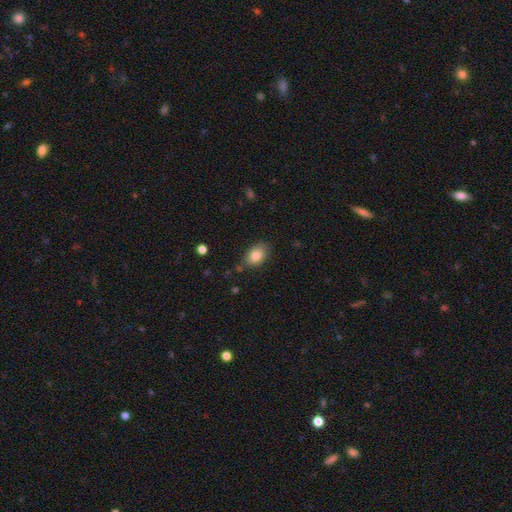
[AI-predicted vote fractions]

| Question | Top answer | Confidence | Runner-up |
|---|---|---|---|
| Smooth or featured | smooth | 84% | star or artifact (8%) |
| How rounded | in between | 80% | round (18%) |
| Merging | none | 79% | minor disturbance (16%) |